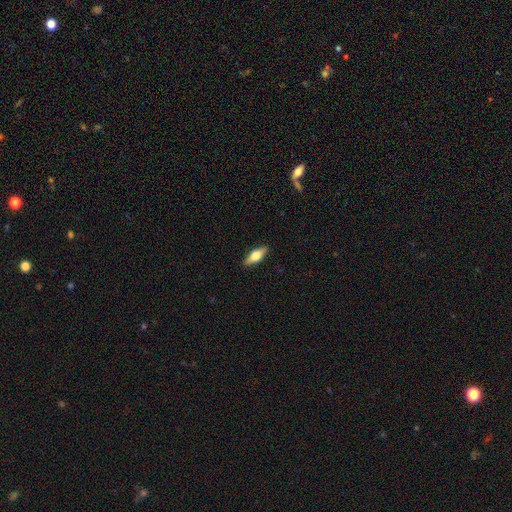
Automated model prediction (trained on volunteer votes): A featured or disk galaxy (47%). Merging: none (89%).